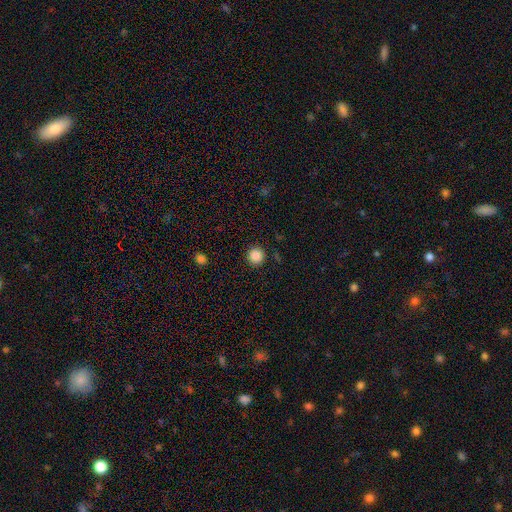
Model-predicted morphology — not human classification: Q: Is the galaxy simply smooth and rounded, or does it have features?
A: smooth — 87%.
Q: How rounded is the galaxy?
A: round — 95%.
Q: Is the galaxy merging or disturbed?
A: none — 91%.